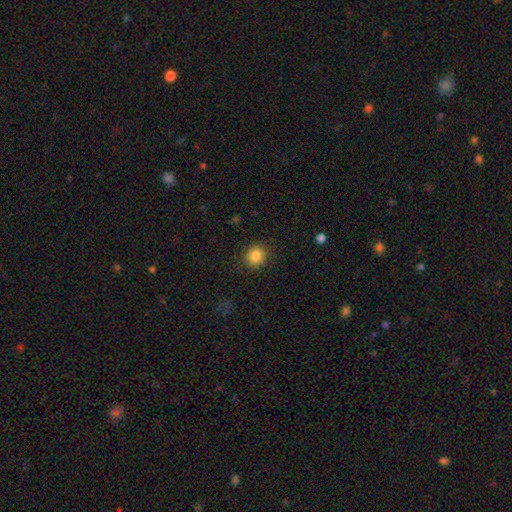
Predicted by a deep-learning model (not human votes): Smooth or featured? smooth (85%)
How rounded? round (87%)
Merging? none (88%)